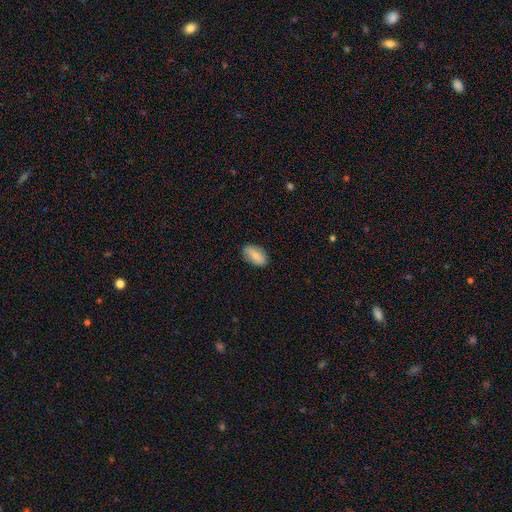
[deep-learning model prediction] Q: Smooth or featured?
A: smooth (78%); runner-up: featured or disk (15%)
Q: How rounded?
A: in between (92%); runner-up: round (4%)
Q: Merging?
A: none (81%); runner-up: minor disturbance (15%)